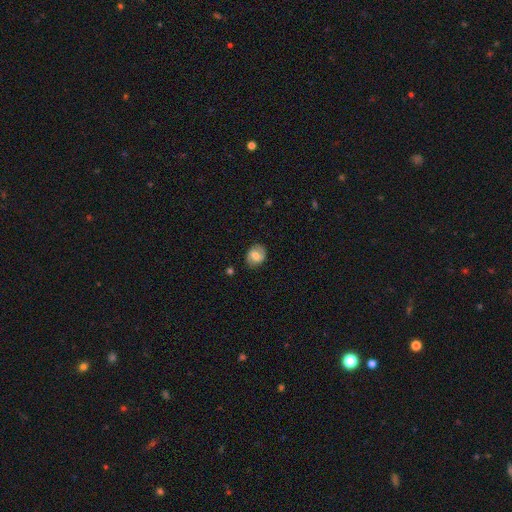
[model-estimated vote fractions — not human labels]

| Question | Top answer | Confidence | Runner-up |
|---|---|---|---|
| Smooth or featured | smooth | 58% | featured or disk (34%) |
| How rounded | round | 54% | in between (45%) |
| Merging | none | 82% | minor disturbance (14%) |